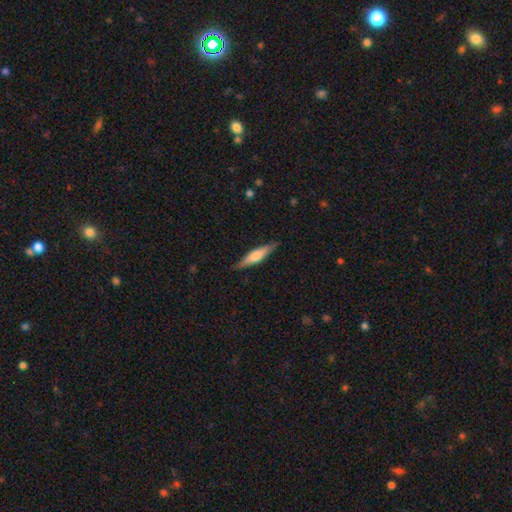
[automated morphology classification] Smooth or featured? smooth (52%)
How rounded? cigar-shaped (78%)
Merging? none (86%)